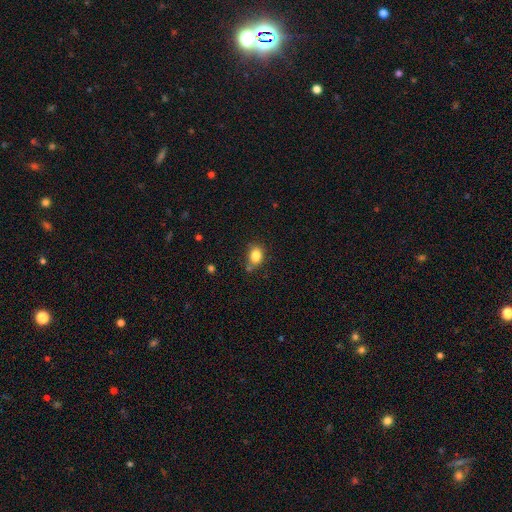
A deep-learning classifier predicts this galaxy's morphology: Q: Smooth or featured?
A: smooth (84%); runner-up: star or artifact (10%)
Q: How rounded?
A: in between (56%); runner-up: round (42%)
Q: Merging?
A: none (65%); runner-up: minor disturbance (22%)